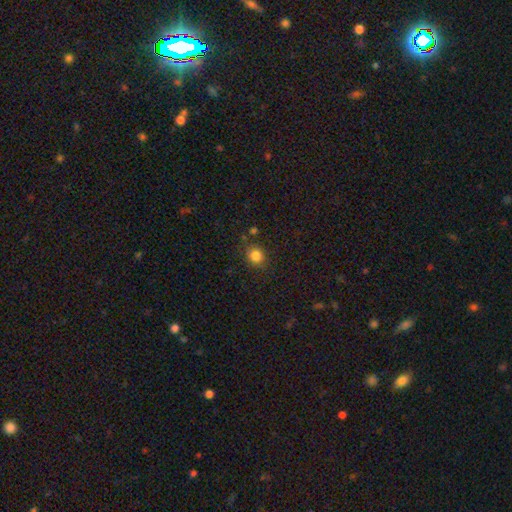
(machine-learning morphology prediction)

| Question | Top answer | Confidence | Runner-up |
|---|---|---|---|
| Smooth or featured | smooth | 83% | star or artifact (11%) |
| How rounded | round | 76% | in between (23%) |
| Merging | none | 83% | minor disturbance (11%) |